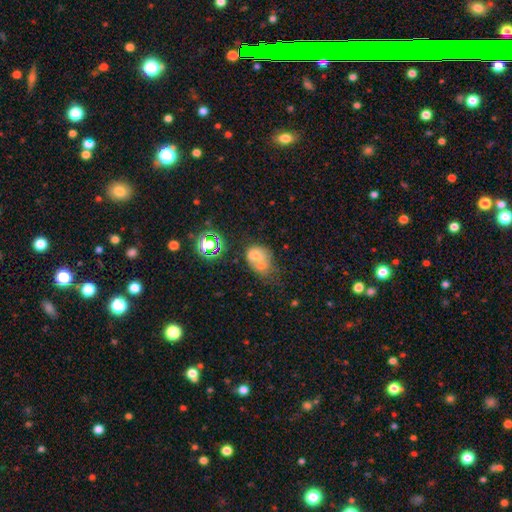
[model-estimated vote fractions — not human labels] Smooth or featured?
  - smooth: 58% *
  - featured or disk: 24%
  - star or artifact: 18%
How rounded?
  - round: 55% *
  - in between: 44%
  - cigar-shaped: 1%
Merging?
  - merger: 60% *
  - none: 22%
  - minor disturbance: 10%
  - major disturbance: 7%